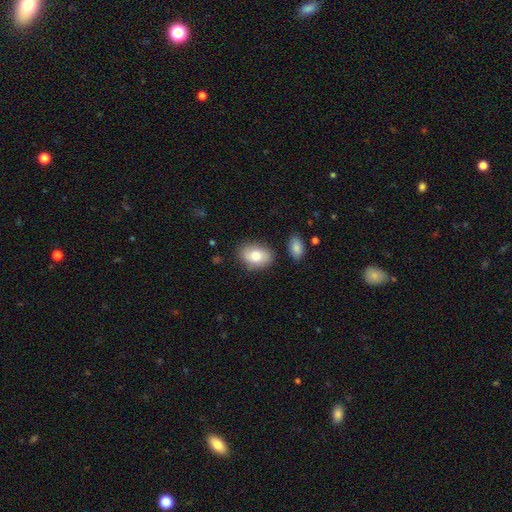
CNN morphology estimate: smooth-or-featured: smooth: 77% | featured or disk: 16% | star or artifact: 7%
  how-rounded: in between: 79% | round: 20% | cigar-shaped: 1%
  merging: none: 79% | minor disturbance: 14% | merger: 4% | major disturbance: 3%